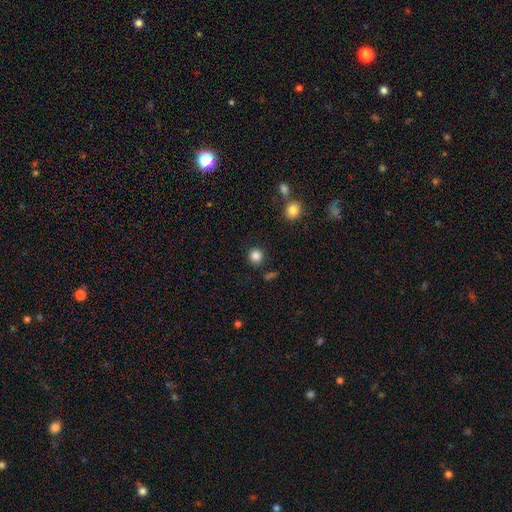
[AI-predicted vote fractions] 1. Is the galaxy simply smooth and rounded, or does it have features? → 85% smooth, 11% star or artifact, 4% featured or disk.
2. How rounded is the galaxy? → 92% round, 7% in between, 1% cigar-shaped.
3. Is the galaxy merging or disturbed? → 88% none, 7% minor disturbance, 3% merger, 2% major disturbance.